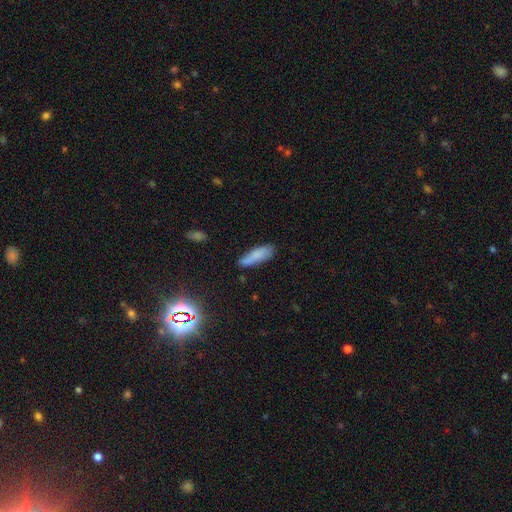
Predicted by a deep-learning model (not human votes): Q: Smooth or featured?
A: smooth (80%); runner-up: featured or disk (11%)
Q: How rounded?
A: cigar-shaped (58%); runner-up: in between (40%)
Q: Merging?
A: none (72%); runner-up: minor disturbance (21%)